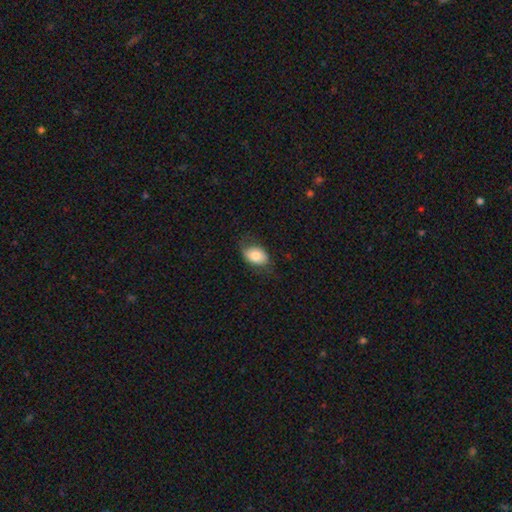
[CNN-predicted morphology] Q: Smooth or featured?
A: smooth (75%); runner-up: featured or disk (18%)
Q: How rounded?
A: in between (86%); runner-up: round (13%)
Q: Merging?
A: none (67%); runner-up: minor disturbance (23%)